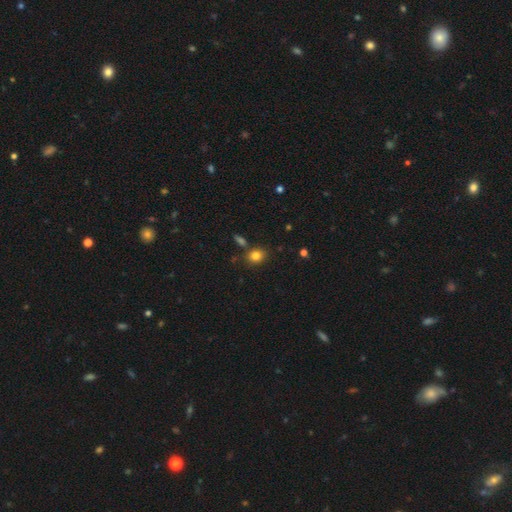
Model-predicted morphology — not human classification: smooth_or_featured: smooth (p=0.82) [alt: star or artifact p=0.12]
how_rounded: round (p=0.57) [alt: in between p=0.42]
merging: none (p=0.77) [alt: minor disturbance p=0.12]